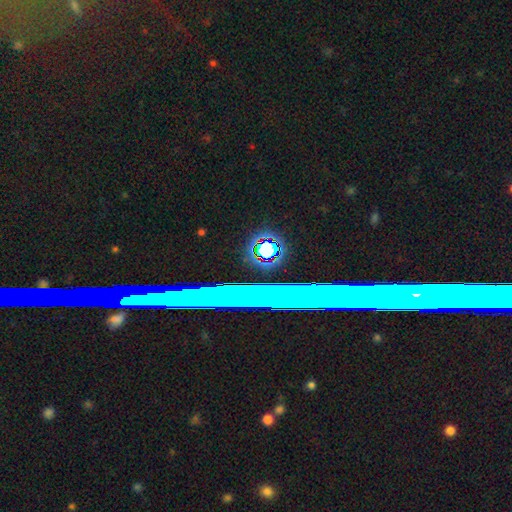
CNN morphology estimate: Smooth or featured?
  - star or artifact: 69% *
  - featured or disk: 18%
  - smooth: 13%